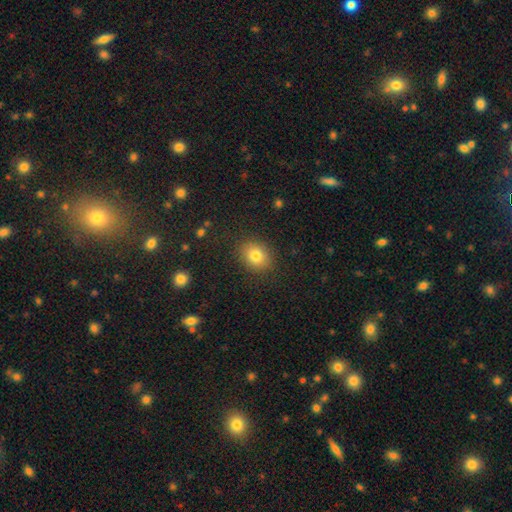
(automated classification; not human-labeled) A smooth galaxy with no disk features (80%) that is round (53%). Merging: none (86%).